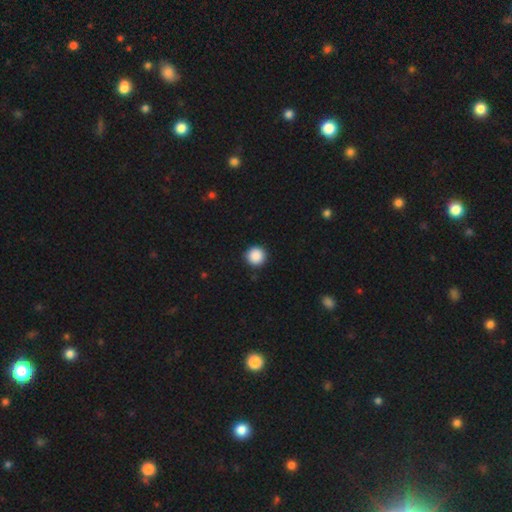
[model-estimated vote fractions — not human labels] Smooth or featured? smooth (89%)
How rounded? round (96%)
Merging? none (93%)